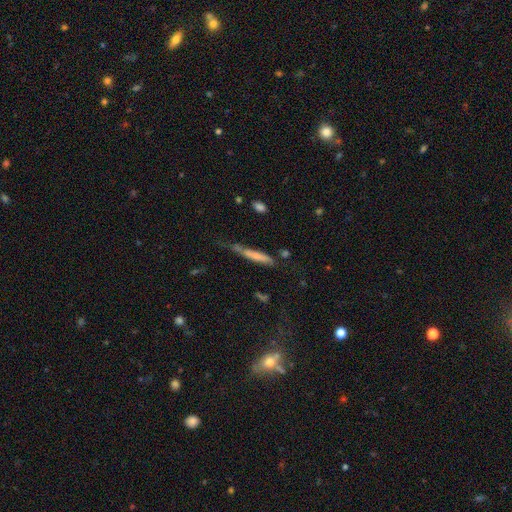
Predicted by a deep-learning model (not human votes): smooth 58%, featured or disk 34%, star or artifact 8%. Down the decision tree: how rounded — cigar-shaped (92%); merging — none (46%).